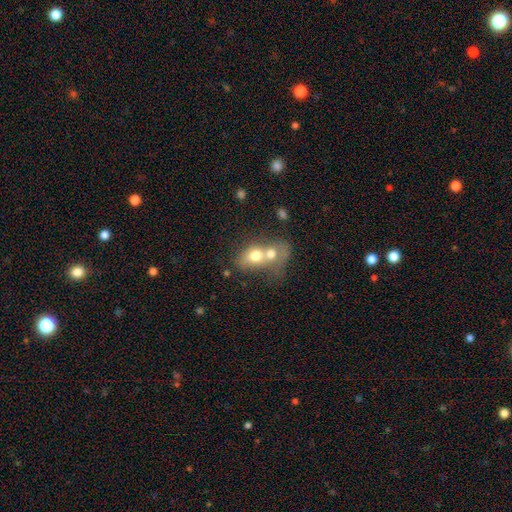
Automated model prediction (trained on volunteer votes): smooth_or_featured: smooth (p=0.67) [alt: featured or disk p=0.25]
how_rounded: in between (p=0.57) [alt: round p=0.41]
merging: merger (p=0.77) [alt: none p=0.12]